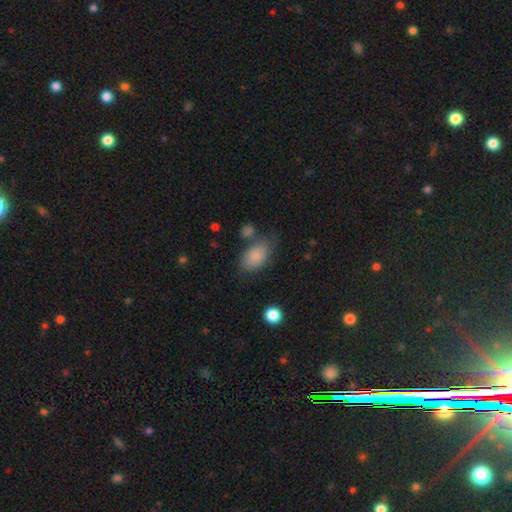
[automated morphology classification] Q: Smooth or featured?
A: smooth (84%); runner-up: featured or disk (8%)
Q: How rounded?
A: in between (92%); runner-up: round (6%)
Q: Merging?
A: none (56%); runner-up: minor disturbance (24%)